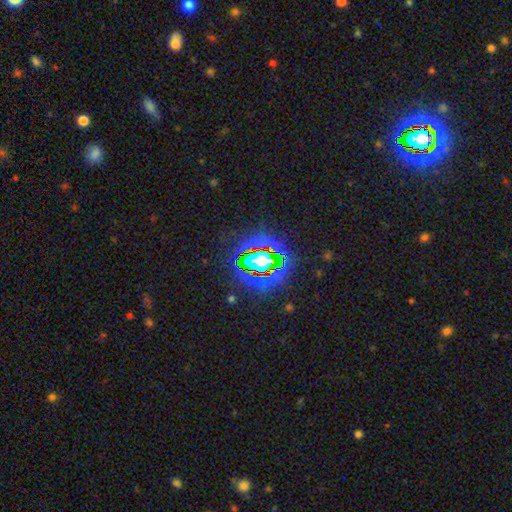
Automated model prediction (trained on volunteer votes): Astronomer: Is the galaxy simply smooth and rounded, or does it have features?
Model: star or artifact — 71%.